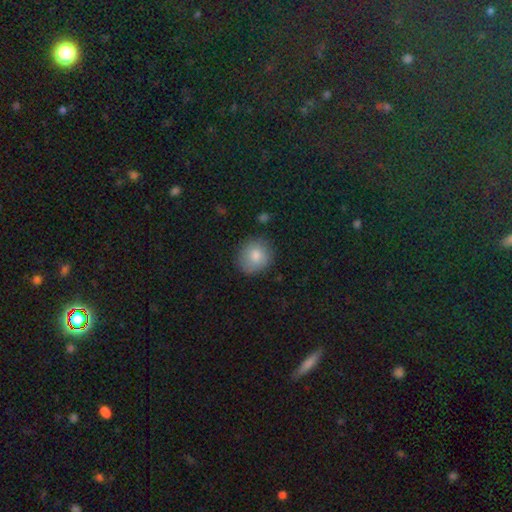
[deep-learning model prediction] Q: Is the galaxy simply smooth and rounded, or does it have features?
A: smooth — 82%.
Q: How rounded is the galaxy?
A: round — 81%.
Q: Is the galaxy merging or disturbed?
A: none — 82%.